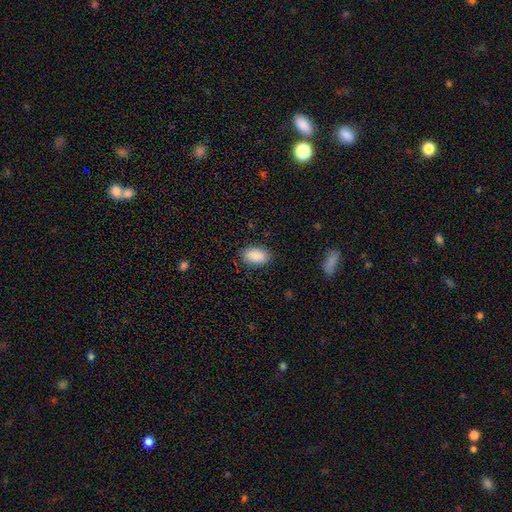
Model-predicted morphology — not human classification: Overall: smooth (90%). How rounded: in between (93%). Merging: none (86%).